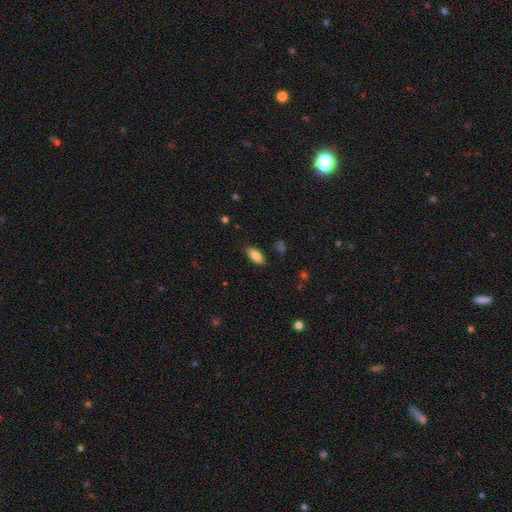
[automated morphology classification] smooth_or_featured: smooth (p=0.82) [alt: featured or disk p=0.11]
how_rounded: in between (p=0.87) [alt: cigar-shaped p=0.10]
merging: none (p=0.86) [alt: minor disturbance p=0.10]